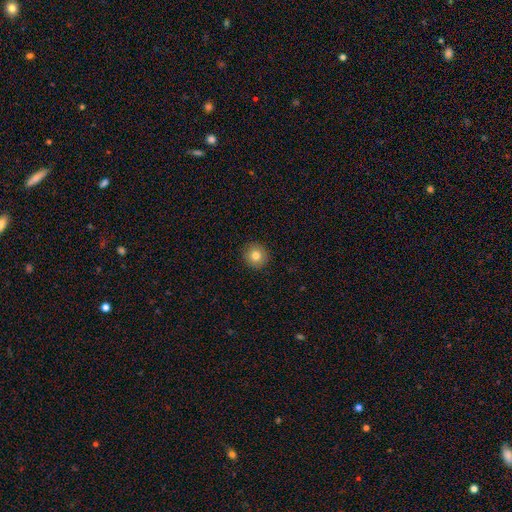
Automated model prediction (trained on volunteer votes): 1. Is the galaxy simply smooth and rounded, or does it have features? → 81% smooth, 10% star or artifact, 9% featured or disk.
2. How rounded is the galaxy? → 94% round, 5% in between, 1% cigar-shaped.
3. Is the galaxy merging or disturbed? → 92% none, 5% minor disturbance, 2% major disturbance, 1% merger.